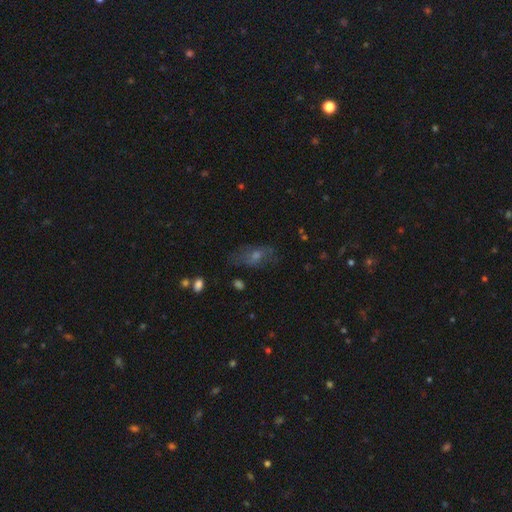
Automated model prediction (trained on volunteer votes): Smooth or featured?
  - smooth: 38% *
  - featured or disk: 35%
  - star or artifact: 27%
Merging?
  - none: 68% *
  - minor disturbance: 20%
  - major disturbance: 10%
  - merger: 3%